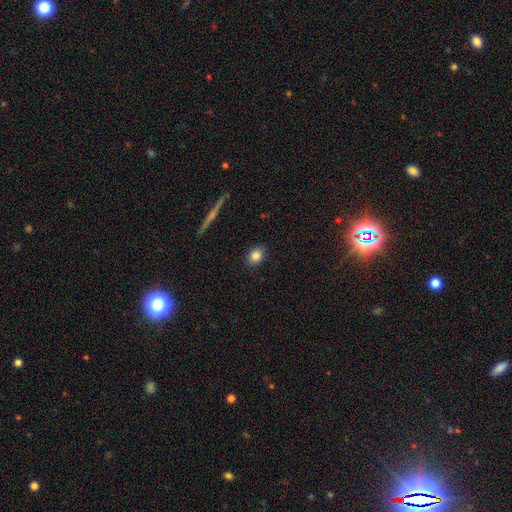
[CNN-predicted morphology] A smooth galaxy with no disk features (83%) that is round (52%).

Vote fractions:
- Smooth or featured? smooth: 83% / star or artifact: 10% / featured or disk: 7%
- How rounded? round: 52% / in between: 46% / cigar-shaped: 2%
- Merging? none: 88% / minor disturbance: 9% / major disturbance: 2% / merger: 1%